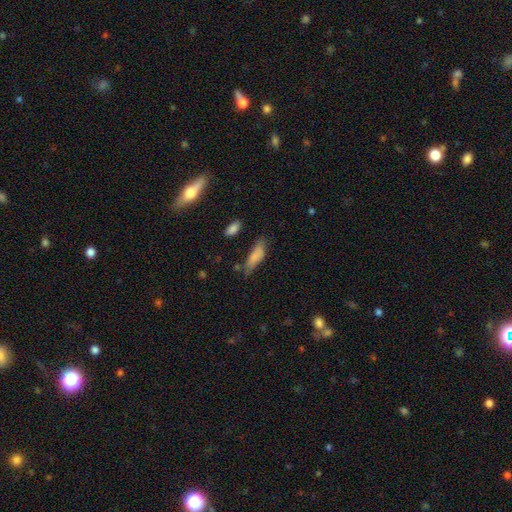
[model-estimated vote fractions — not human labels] A smooth galaxy with no disk features (81%) that is in between round and cigar-shaped (53%).

Vote fractions:
- Smooth or featured? smooth: 81% / featured or disk: 11% / star or artifact: 8%
- How rounded? in between: 53% / cigar-shaped: 44% / round: 2%
- Merging? none: 56% / minor disturbance: 30% / major disturbance: 9% / merger: 5%